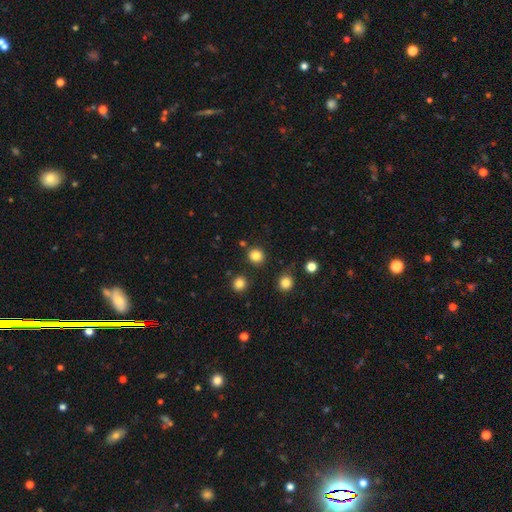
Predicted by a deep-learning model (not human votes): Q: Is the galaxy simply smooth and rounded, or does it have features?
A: smooth — 83%.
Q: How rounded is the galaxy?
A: round — 89%.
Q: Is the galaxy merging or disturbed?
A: none — 87%.